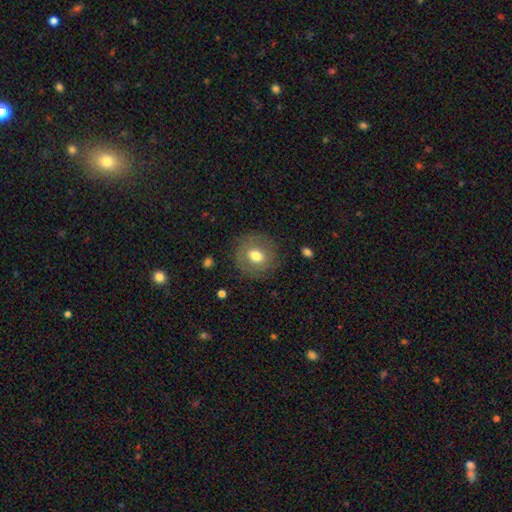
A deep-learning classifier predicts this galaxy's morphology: A smooth galaxy with no disk features (65%) that is round (83%).

Vote fractions:
- Smooth or featured? smooth: 65% / featured or disk: 26% / star or artifact: 9%
- How rounded? round: 83% / in between: 16% / cigar-shaped: 1%
- Merging? none: 82% / minor disturbance: 11% / major disturbance: 5% / merger: 1%